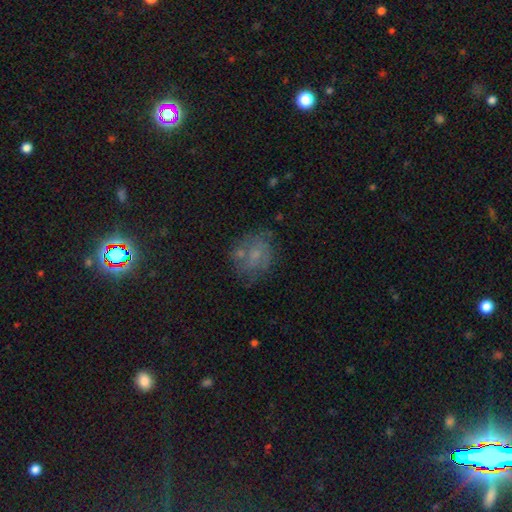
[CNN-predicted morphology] Smooth or featured? smooth (43%)
Merging? none (59%)